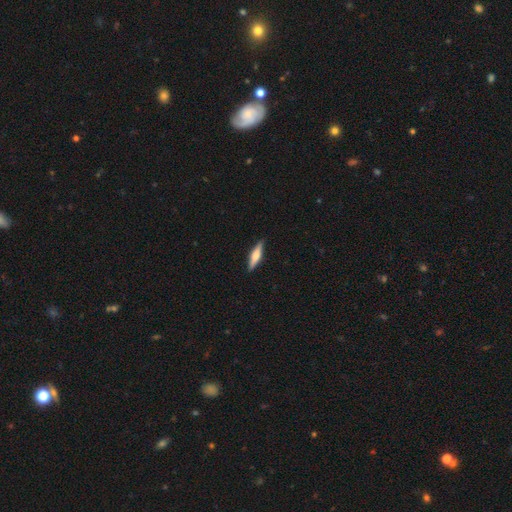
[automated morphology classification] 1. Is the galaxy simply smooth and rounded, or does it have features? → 51% featured or disk, 43% smooth, 6% star or artifact.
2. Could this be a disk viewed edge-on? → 96% yes, 4% no.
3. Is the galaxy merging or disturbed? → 90% none, 7% minor disturbance, 2% major disturbance, 1% merger.